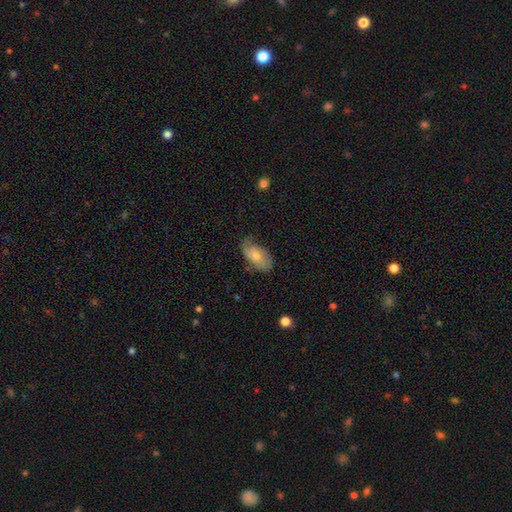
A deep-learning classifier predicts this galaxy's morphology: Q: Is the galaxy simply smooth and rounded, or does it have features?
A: smooth — 52%.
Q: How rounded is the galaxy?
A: in between — 92%.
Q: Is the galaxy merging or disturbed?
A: none — 56%.